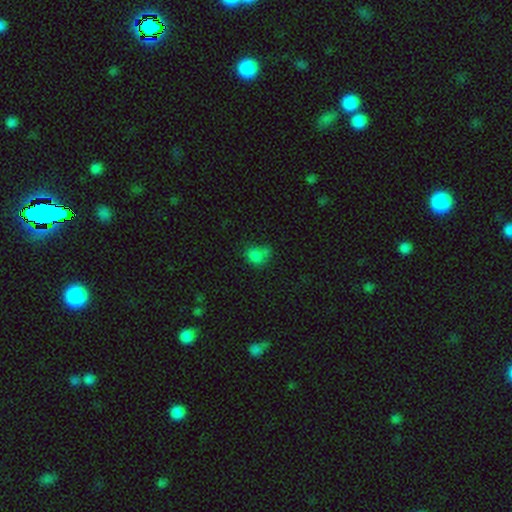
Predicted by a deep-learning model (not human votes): Morphology: type=smooth (77%); roundness=in between (51%); merging=none (44%).